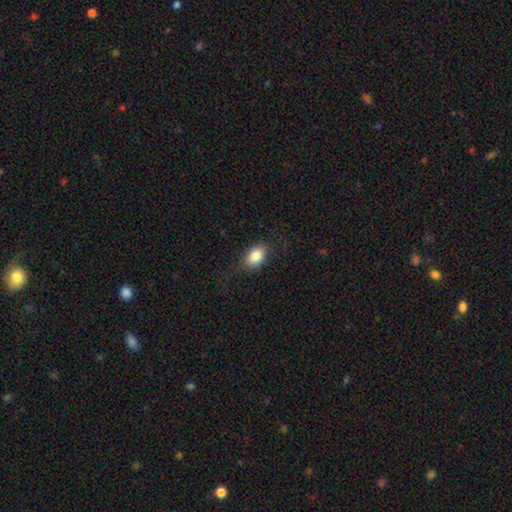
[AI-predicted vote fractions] A smooth galaxy with no disk features (81%) that is in between round and cigar-shaped (84%).

Vote fractions:
- Smooth or featured? smooth: 81% / featured or disk: 11% / star or artifact: 8%
- How rounded? in between: 84% / round: 14% / cigar-shaped: 2%
- Merging? none: 76% / minor disturbance: 16% / major disturbance: 8% / merger: 1%